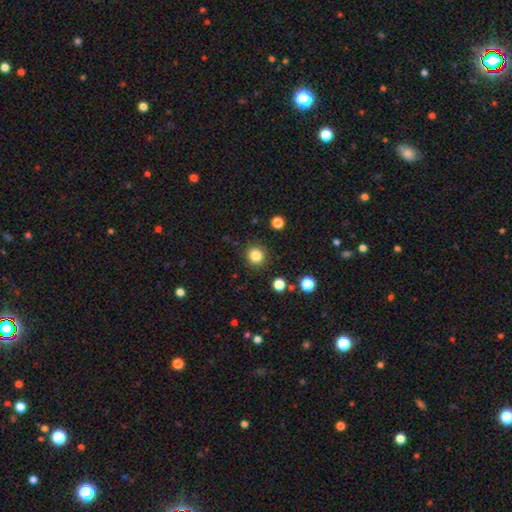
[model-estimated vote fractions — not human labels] This appears to be a smooth galaxy with no disk features (84%) that is round (92%). Merging: none (89%).